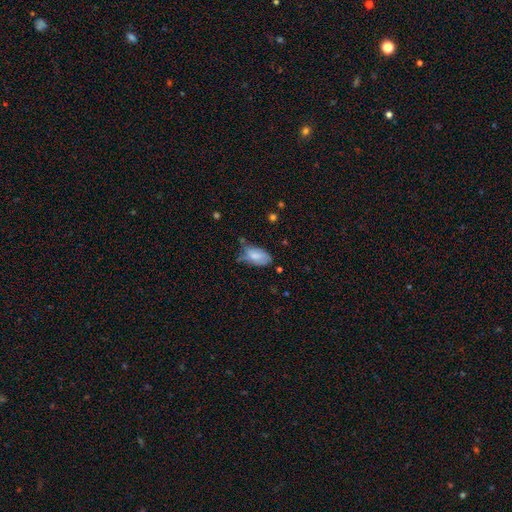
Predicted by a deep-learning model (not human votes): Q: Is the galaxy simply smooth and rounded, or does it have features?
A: smooth — 73%.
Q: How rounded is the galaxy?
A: in between — 93%.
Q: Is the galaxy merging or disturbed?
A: none — 42%.